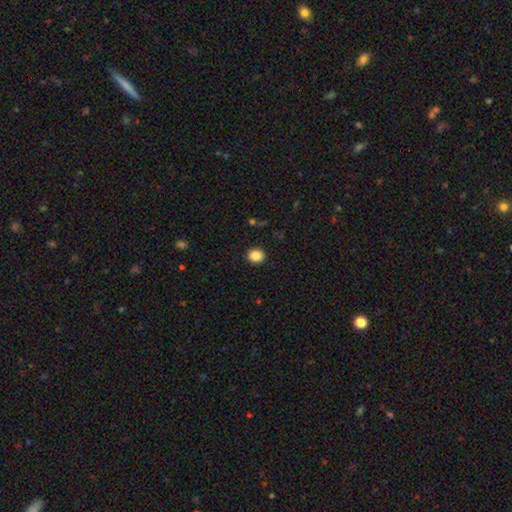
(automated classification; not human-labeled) Smooth or featured? smooth (86%)
How rounded? round (76%)
Merging? none (91%)